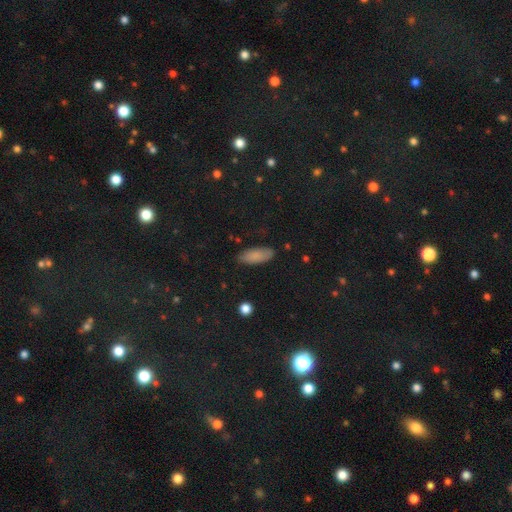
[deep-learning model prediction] Q: Smooth or featured?
A: smooth (82%); runner-up: featured or disk (10%)
Q: How rounded?
A: in between (79%); runner-up: cigar-shaped (19%)
Q: Merging?
A: none (82%); runner-up: minor disturbance (14%)